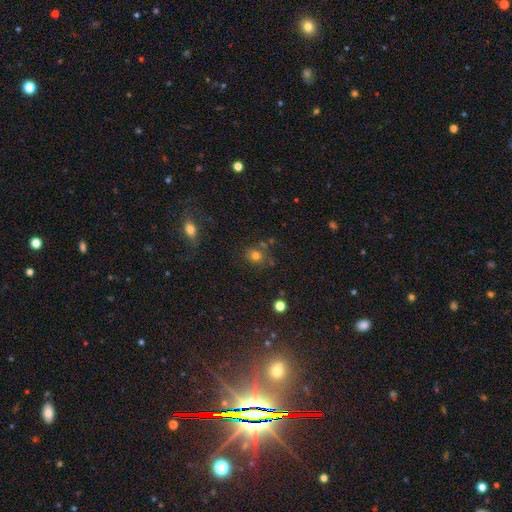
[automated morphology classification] A smooth galaxy with no disk features (74%) that is round (75%). Merging: none (73%).